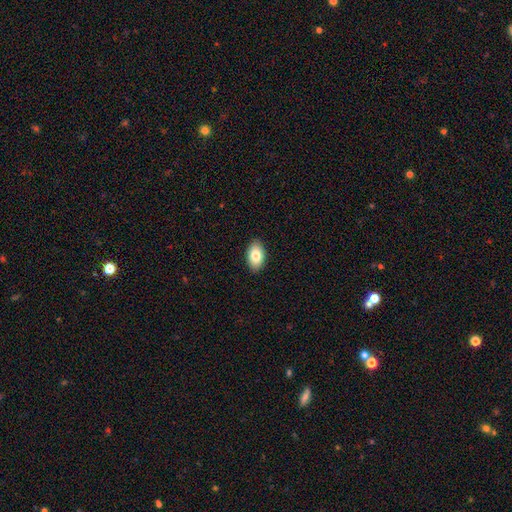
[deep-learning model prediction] Morphology: type=smooth (84%); roundness=in between (93%); merging=none (89%).